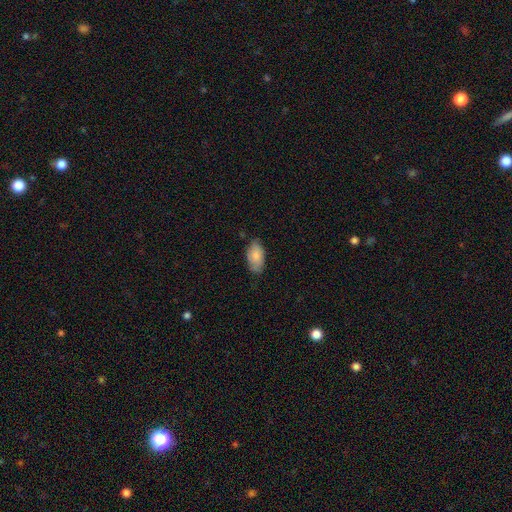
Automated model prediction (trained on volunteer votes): A smooth galaxy with no disk features (81%) that is in between round and cigar-shaped (94%). Merging: none (73%).